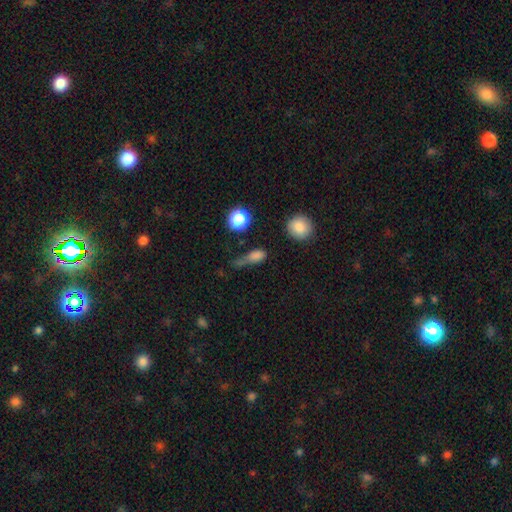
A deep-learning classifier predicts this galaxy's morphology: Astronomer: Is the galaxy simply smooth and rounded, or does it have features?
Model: smooth — 76%.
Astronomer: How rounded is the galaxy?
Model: in between — 55% (runner-up: round, 31%).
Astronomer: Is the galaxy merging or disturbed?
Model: none — 38% (runner-up: minor disturbance, 27%).